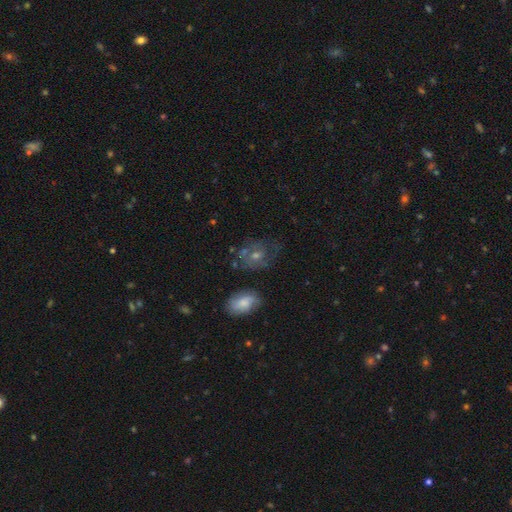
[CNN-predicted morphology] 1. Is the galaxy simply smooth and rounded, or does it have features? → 48% featured or disk, 33% smooth, 19% star or artifact.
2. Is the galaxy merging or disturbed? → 58% none, 21% minor disturbance, 15% major disturbance, 6% merger.